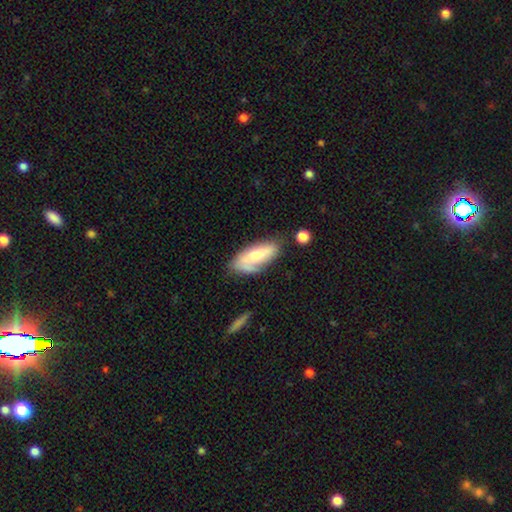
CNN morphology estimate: This appears to be a smooth galaxy with no disk features (56%) that is in between round and cigar-shaped (79%). Merging: none (55%).